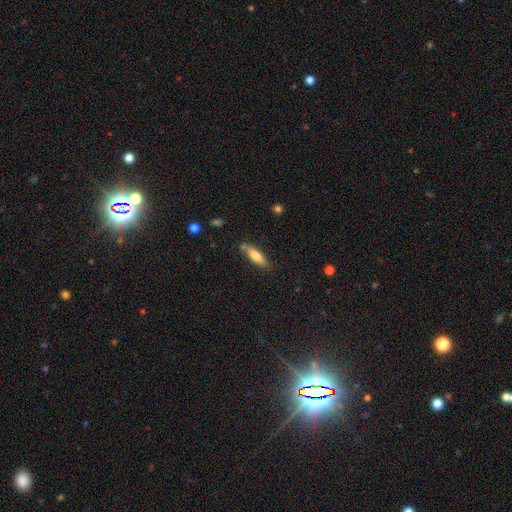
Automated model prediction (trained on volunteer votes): The model was most divided on "how rounded": cigar-shaped: 57%, in between: 41%, round: 2%. More confident: merging — none (75%); smooth or featured — smooth (72%).